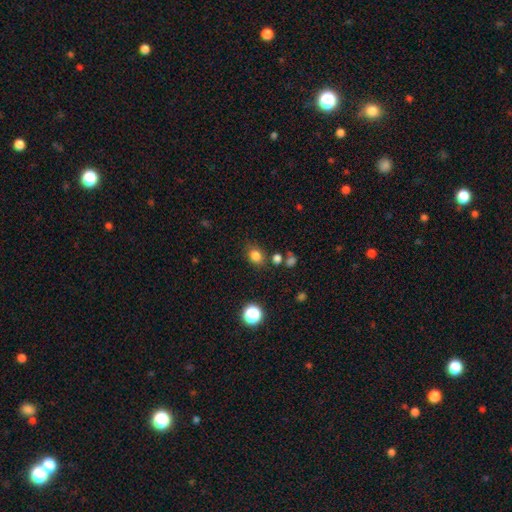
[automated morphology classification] Smooth or featured: smooth — 80% (star or artifact — 14%)
How rounded: round — 52% (in between — 47%)
Merging: none — 77% (minor disturbance — 13%)